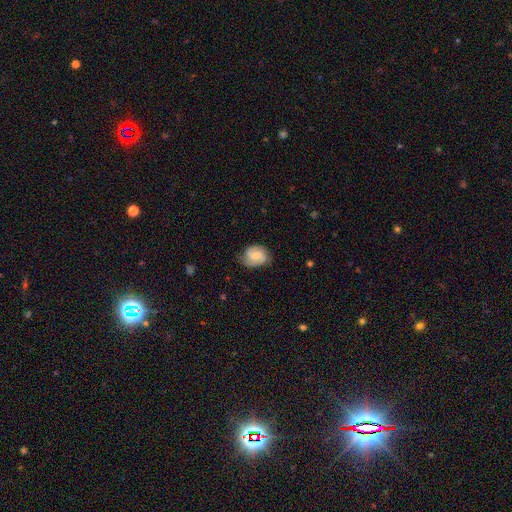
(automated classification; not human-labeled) Smooth or featured? featured or disk (56%)
Edge-on disk? no (97%)
Bar? no (45%, tied with weak)
Spiral arms? yes (92%)
Spiral winding? medium (44%)
Spiral arm count? 2 (77%)
Bulge size? moderate (42%)
Merging? none (71%)